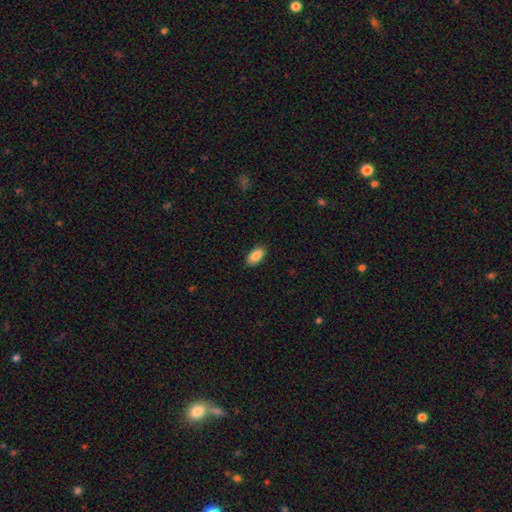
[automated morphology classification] Q: Smooth or featured?
A: smooth (87%); runner-up: star or artifact (7%)
Q: How rounded?
A: in between (93%); runner-up: cigar-shaped (3%)
Q: Merging?
A: none (89%); runner-up: minor disturbance (8%)